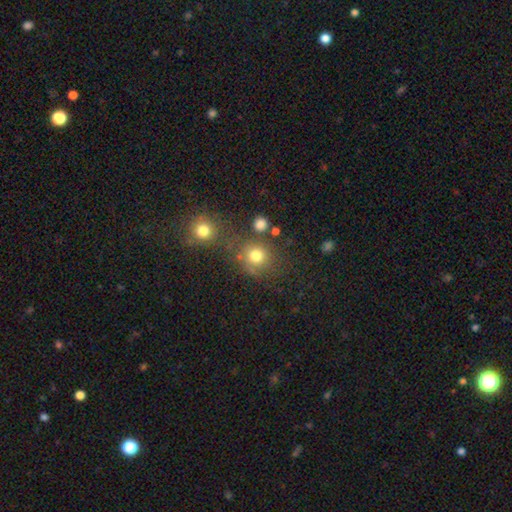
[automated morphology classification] Smooth or featured? Predicted: smooth (p=0.77). How rounded? Predicted: round (p=0.86). Merging? Predicted: none (p=0.63).